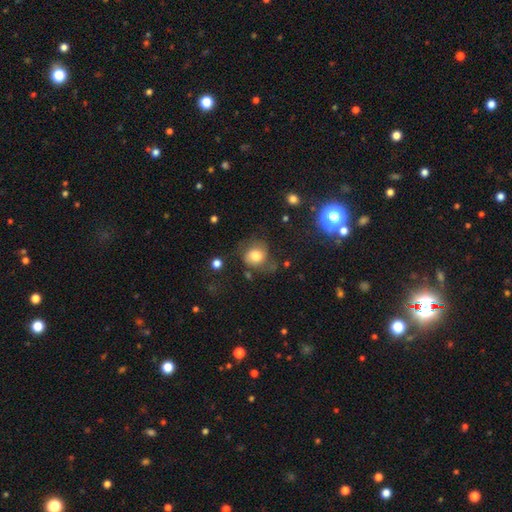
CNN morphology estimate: smooth 72%, featured or disk 17%, star or artifact 11%. Down the decision tree: how rounded — round (73%); merging — none (52%).